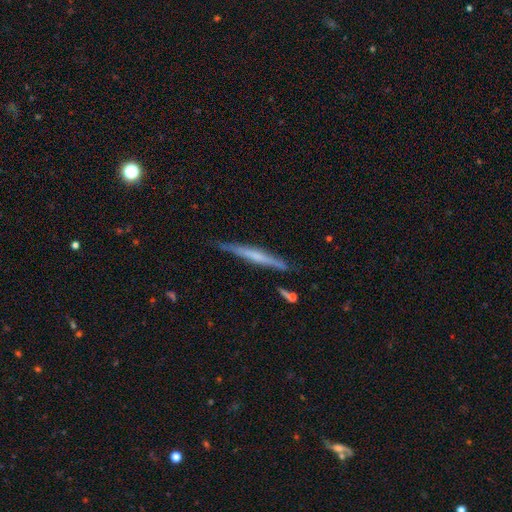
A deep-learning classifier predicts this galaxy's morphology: Overall: featured or disk (59%; smooth 35%). Edge-on disk: yes (97%). Edge-on bulge: none (58%; rounded 30%). Merging: none (83%).